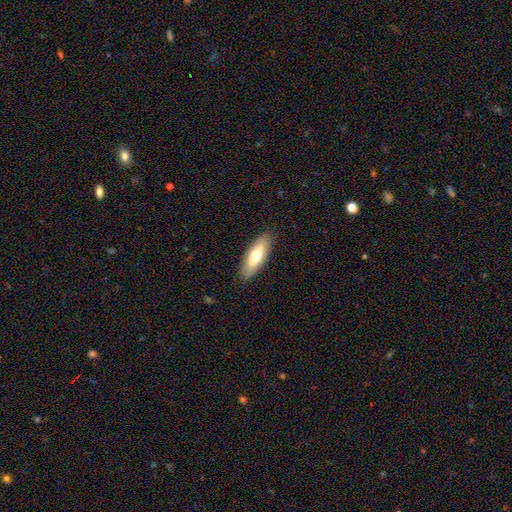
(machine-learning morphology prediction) The model was most divided on "how rounded": in between: 62%, cigar-shaped: 36%, round: 2%. More confident: merging — none (87%); smooth or featured — smooth (66%).